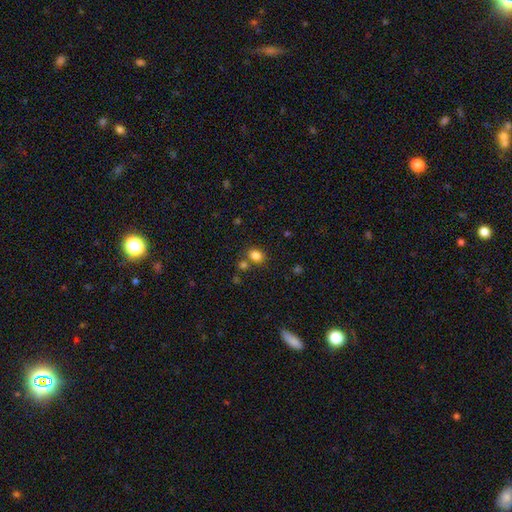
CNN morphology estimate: The model was most divided on "how rounded": round: 53%, in between: 46%, cigar-shaped: 1%. More confident: smooth or featured — smooth (82%); merging — none (68%).